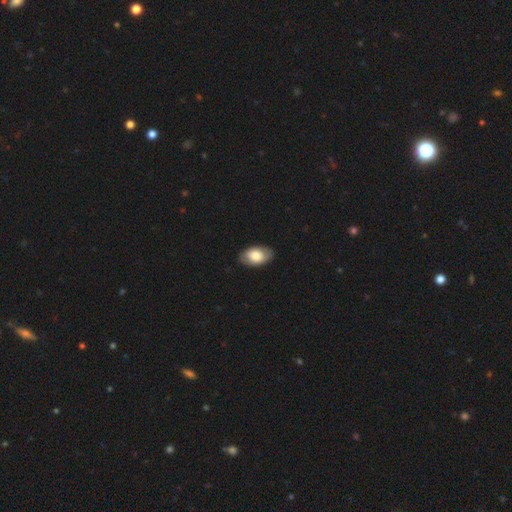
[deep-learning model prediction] smooth_or_featured: smooth (p=0.74) [alt: featured or disk p=0.20]
how_rounded: in between (p=0.92) [alt: round p=0.06]
merging: none (p=0.84) [alt: minor disturbance p=0.12]